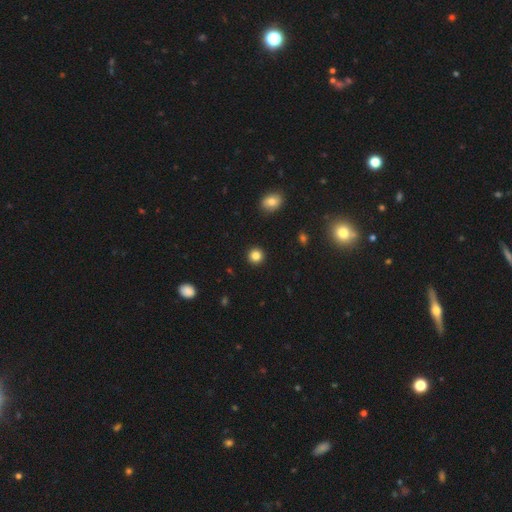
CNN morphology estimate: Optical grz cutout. It shows a smooth galaxy with no disk features (85%) that is round (94%). Merging: none (93%).